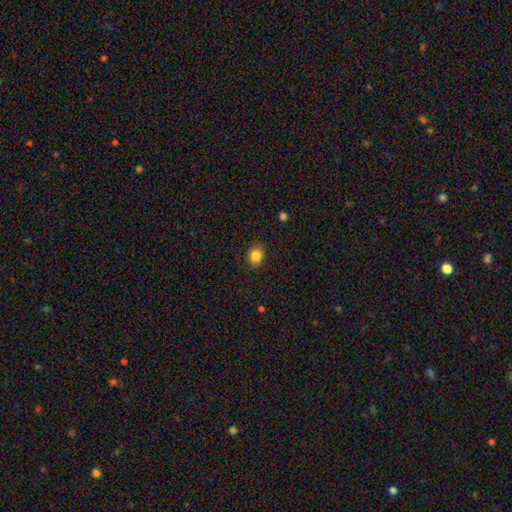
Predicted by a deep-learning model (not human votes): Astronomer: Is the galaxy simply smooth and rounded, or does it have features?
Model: smooth — 84%.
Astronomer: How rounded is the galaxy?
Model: round — 50% (runner-up: in between, 49%).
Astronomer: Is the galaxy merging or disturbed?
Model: none — 87%.